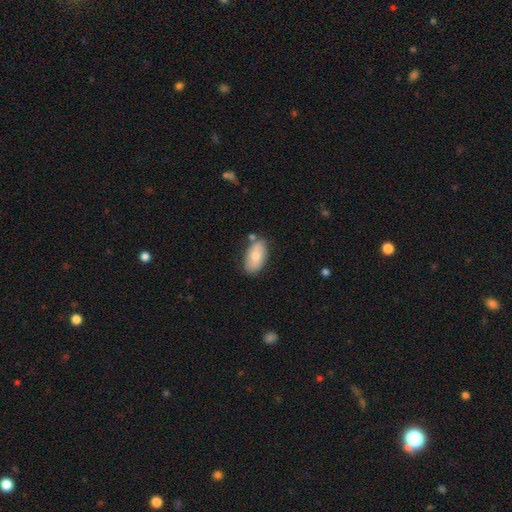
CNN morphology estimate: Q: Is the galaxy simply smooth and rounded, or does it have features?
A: smooth — 73%.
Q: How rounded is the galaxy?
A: in between — 94%.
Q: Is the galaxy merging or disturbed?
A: none — 73%.